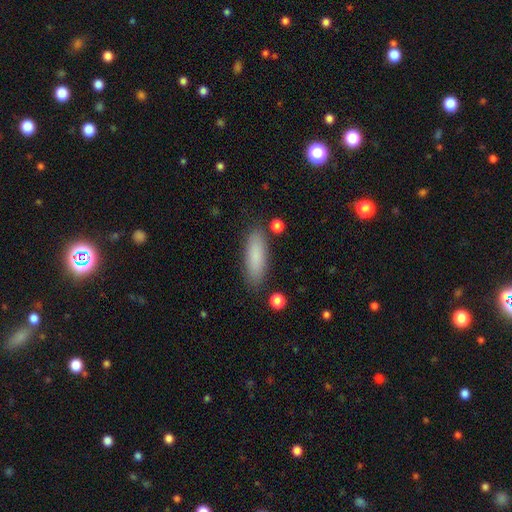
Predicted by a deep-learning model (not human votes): Smooth or featured? smooth (84%)
How rounded? cigar-shaped (51%)
Merging? none (85%)